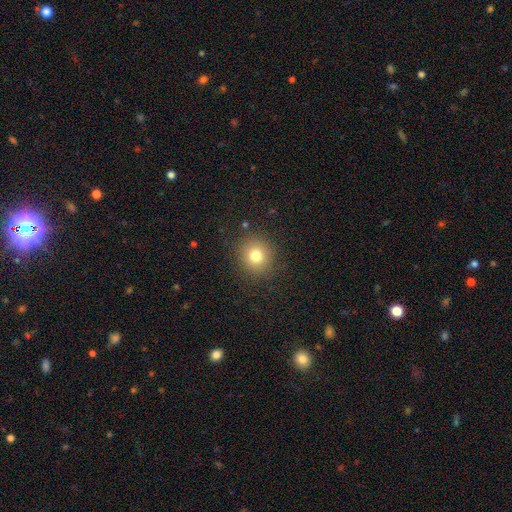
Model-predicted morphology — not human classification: smooth_or_featured: smooth (p=0.78) [alt: star or artifact p=0.13]
how_rounded: round (p=0.89) [alt: in between p=0.10]
merging: none (p=0.88) [alt: minor disturbance p=0.08]